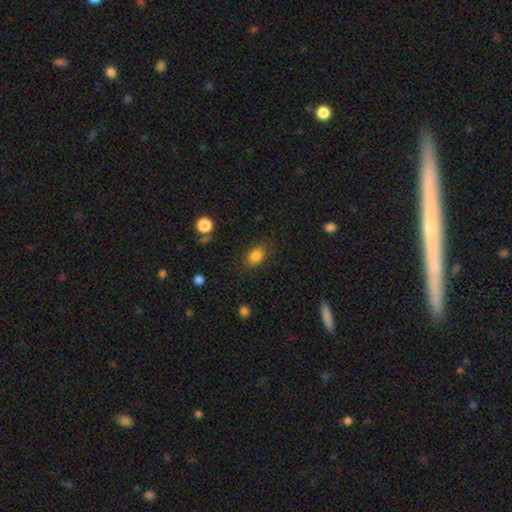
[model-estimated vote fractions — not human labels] This is clearly a smooth galaxy (83%). How rounded: likely in between (76%). Merging: clearly none (83%).